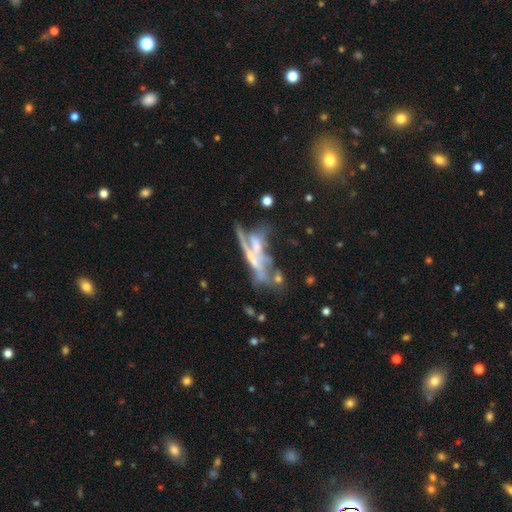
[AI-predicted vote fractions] smooth_or_featured: featured or disk (p=0.62) [alt: smooth p=0.23]
disk_edge_on: no (p=0.50) [tied with: yes p=0.50]
merging: merger (p=0.43) [alt: none p=0.25]